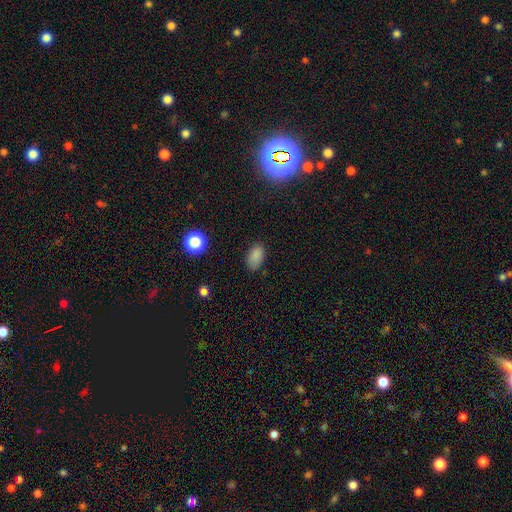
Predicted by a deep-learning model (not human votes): The model was most divided on "merging": none: 80%, minor disturbance: 15%, major disturbance: 3%, merger: 1%. More confident: how rounded — in between (90%); smooth or featured — smooth (85%).